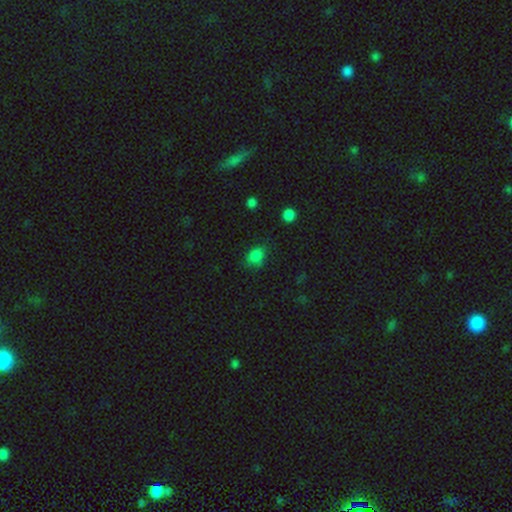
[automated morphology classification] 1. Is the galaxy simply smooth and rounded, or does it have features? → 81% smooth, 14% star or artifact, 5% featured or disk.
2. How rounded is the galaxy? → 55% in between, 44% round, 1% cigar-shaped.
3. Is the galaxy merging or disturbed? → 67% none, 23% minor disturbance, 7% major disturbance, 2% merger.